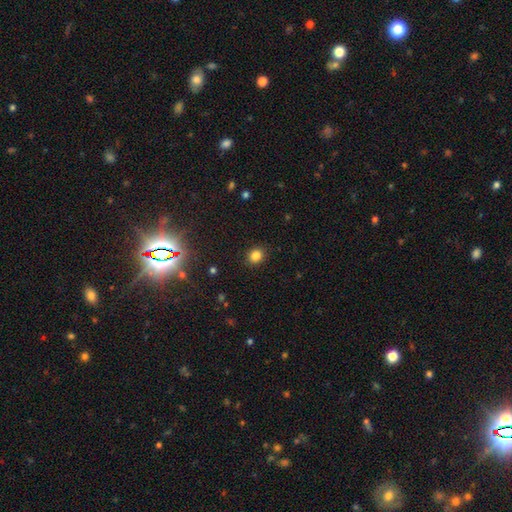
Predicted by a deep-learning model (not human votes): A smooth galaxy with no disk features (82%) that is round (70%). Merging: none (89%).